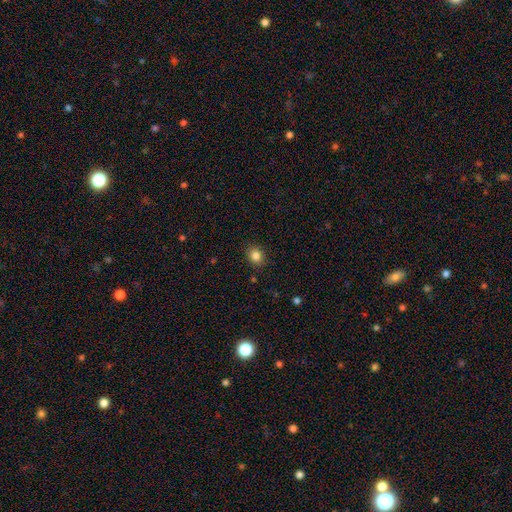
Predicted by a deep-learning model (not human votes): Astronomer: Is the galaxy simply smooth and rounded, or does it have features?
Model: smooth — 84%.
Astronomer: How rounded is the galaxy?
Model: round — 67%.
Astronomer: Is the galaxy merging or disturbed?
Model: none — 89%.